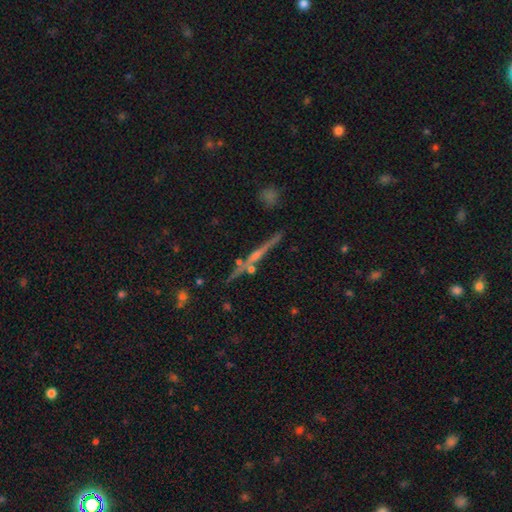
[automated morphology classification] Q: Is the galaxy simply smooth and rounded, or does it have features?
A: featured or disk — 68%.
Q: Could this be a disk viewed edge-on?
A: yes — 96%.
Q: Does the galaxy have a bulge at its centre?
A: rounded — 65%.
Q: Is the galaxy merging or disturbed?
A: none — 83%.